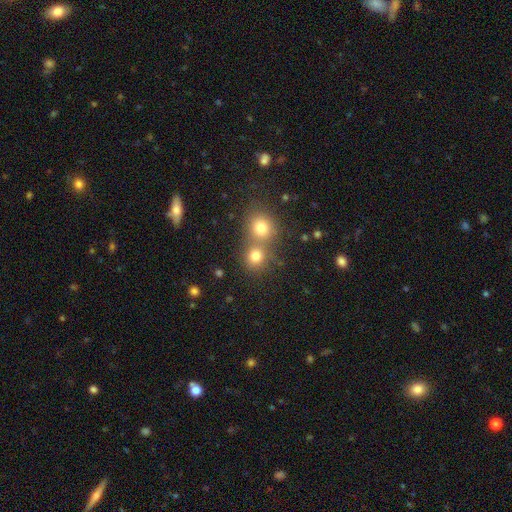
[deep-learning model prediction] smooth 74%, star or artifact 16%, featured or disk 10%. Down the decision tree: how rounded — round (85%); merging — none (51%).